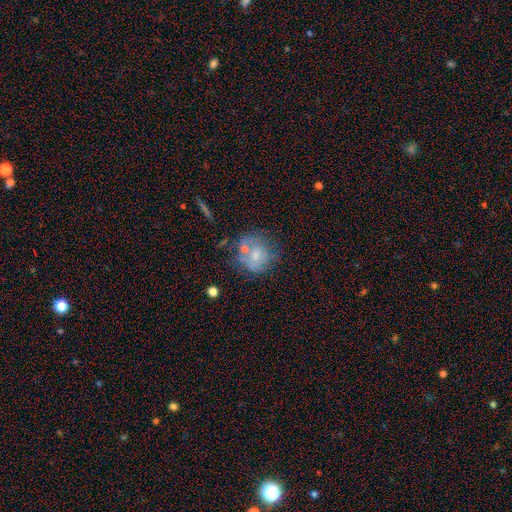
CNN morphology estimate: A smooth galaxy with no disk features (52%) that is round (80%).

Vote fractions:
- Smooth or featured? smooth: 52% / featured or disk: 38% / star or artifact: 10%
- How rounded? round: 80% / in between: 19% / cigar-shaped: 1%
- Merging? none: 47% / minor disturbance: 22% / merger: 17% / major disturbance: 13%